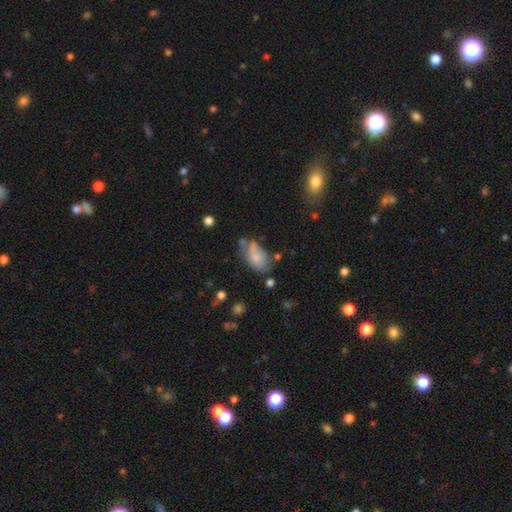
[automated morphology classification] This appears to be a smooth galaxy with no disk features (77%) that is in between round and cigar-shaped (91%). Merging: none (44%).